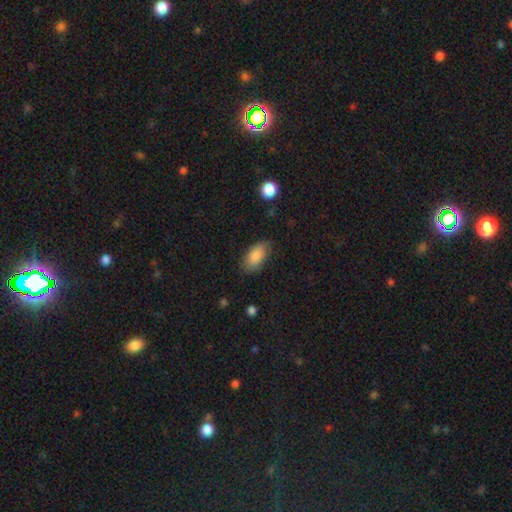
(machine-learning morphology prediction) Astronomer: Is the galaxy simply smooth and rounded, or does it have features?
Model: smooth — 86%.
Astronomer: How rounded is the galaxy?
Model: in between — 93%.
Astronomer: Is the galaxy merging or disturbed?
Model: none — 74%.